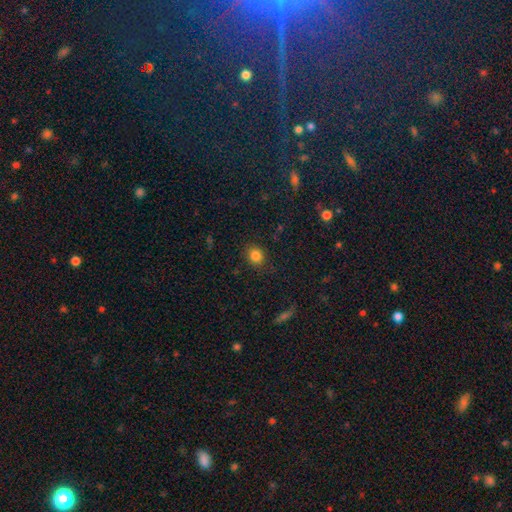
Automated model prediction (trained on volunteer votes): A smooth galaxy with no disk features (83%) that is round (71%). Merging: none (86%).